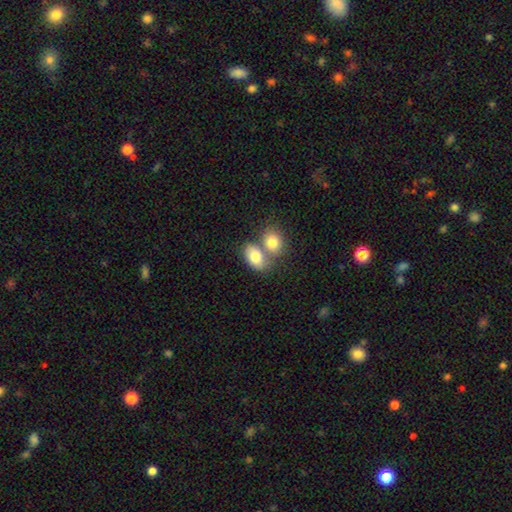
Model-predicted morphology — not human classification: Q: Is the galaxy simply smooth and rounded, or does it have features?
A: smooth — 80%.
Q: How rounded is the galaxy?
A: in between — 79%.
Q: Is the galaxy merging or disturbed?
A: merger — 55%.